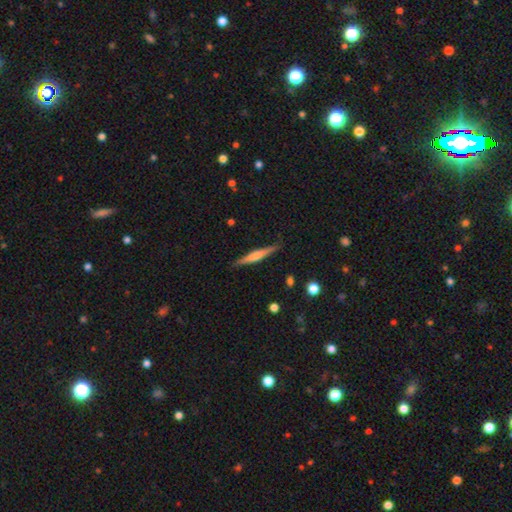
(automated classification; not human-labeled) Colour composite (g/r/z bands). It shows a featured or disk galaxy (58%) viewed edge-on (97%) with a rounded central bulge (63%). Merging: none (89%).